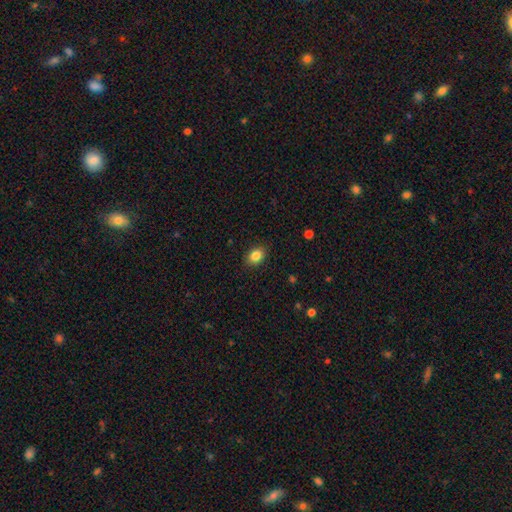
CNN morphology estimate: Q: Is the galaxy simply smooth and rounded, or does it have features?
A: smooth — 85%.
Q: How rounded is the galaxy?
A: in between — 63%.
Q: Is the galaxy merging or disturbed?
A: none — 88%.